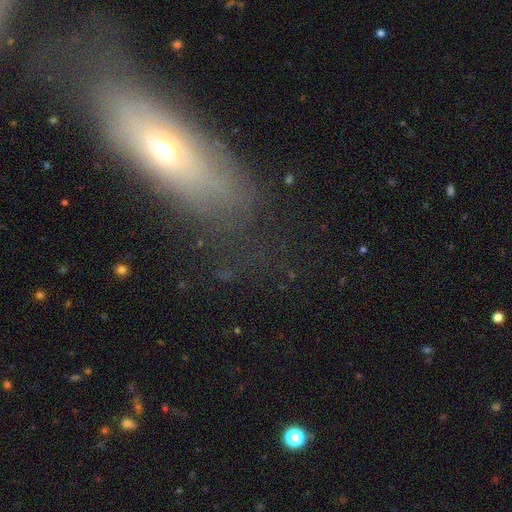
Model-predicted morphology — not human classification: smooth-or-featured: smooth: 46% | featured or disk: 32% | star or artifact: 22%
  merging: none: 55% | major disturbance: 23% | minor disturbance: 18% | merger: 4%